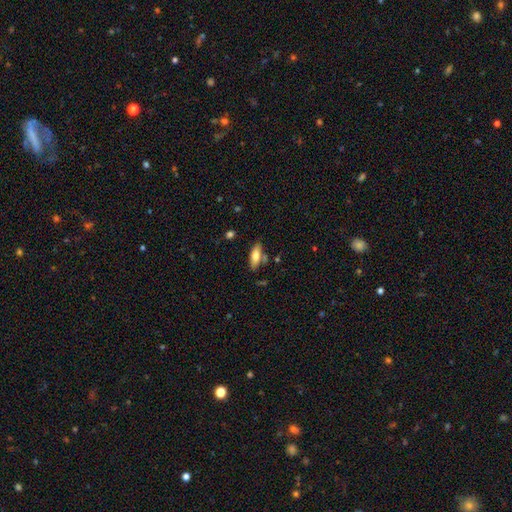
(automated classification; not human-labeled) Overall: smooth (71%). How rounded: in between (69%). Merging: none (73%).